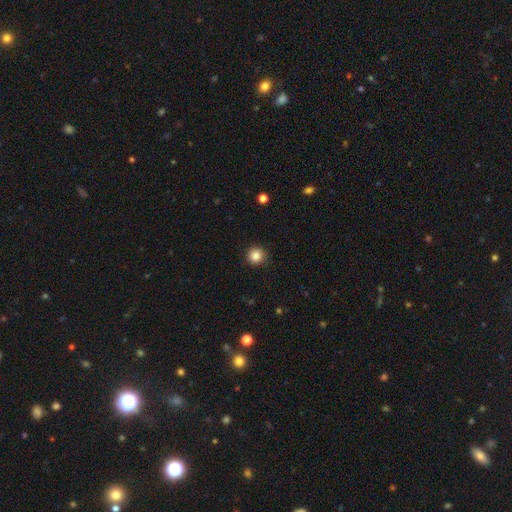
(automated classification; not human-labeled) Smooth or featured: smooth — 86% (star or artifact — 11%)
How rounded: round — 95% (in between — 4%)
Merging: none — 89% (minor disturbance — 8%)